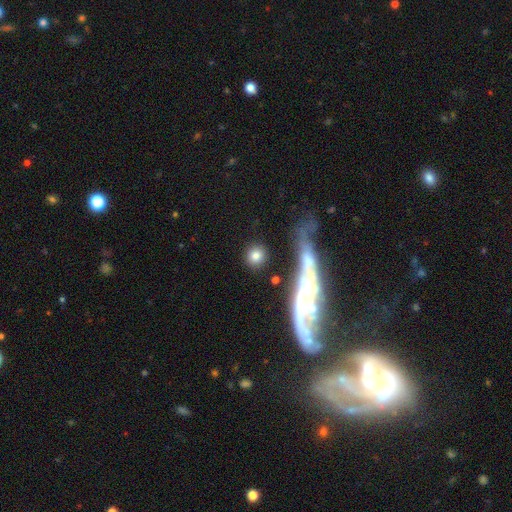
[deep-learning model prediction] Overall: smooth (79%). How rounded: round (88%). Merging: none (83%).